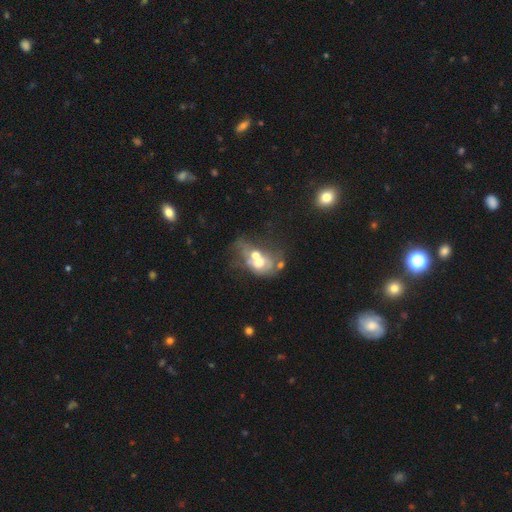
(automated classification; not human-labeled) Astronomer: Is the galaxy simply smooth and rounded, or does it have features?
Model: featured or disk — 49% (runner-up: smooth, 40%).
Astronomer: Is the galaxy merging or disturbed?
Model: merger — 68%.